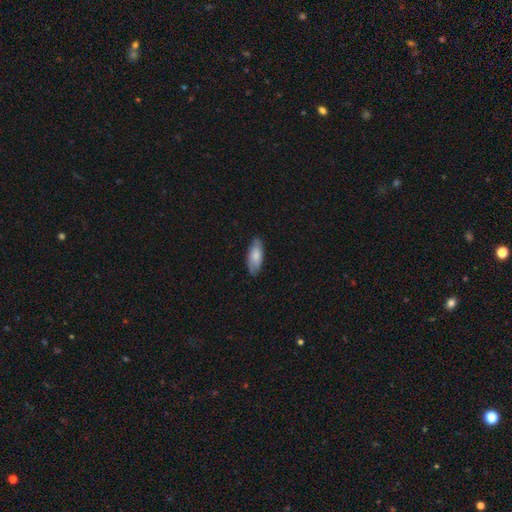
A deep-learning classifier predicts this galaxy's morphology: This is likely a smooth galaxy (73%). How rounded: clearly in between (80%). Merging: likely none (79%).